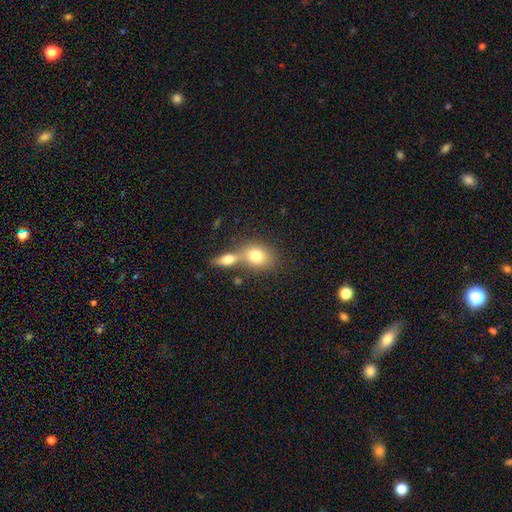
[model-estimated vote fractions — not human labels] Smooth or featured: smooth — 78% (featured or disk — 14%)
How rounded: in between — 59% (round — 39%)
Merging: merger — 49% (none — 38%)